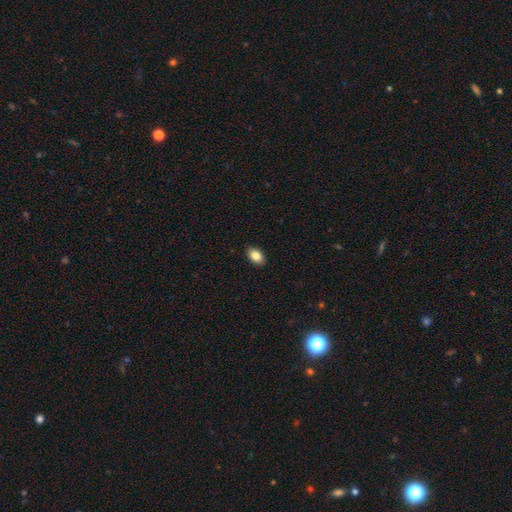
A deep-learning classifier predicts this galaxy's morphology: A smooth galaxy with no disk features (85%) that is in between round and cigar-shaped (87%). Merging: none (90%).